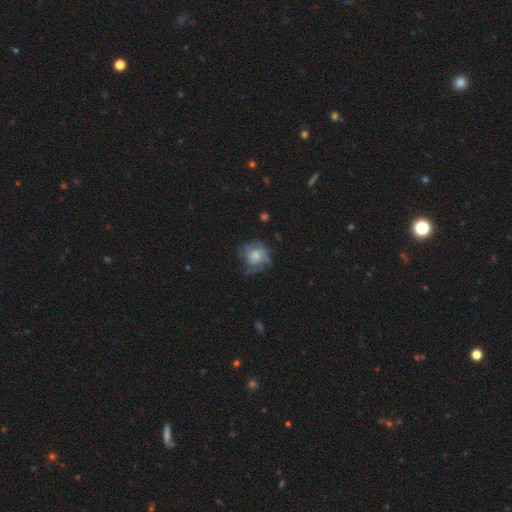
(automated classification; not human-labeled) This is possibly a smooth galaxy (47%). Merging: possibly none (55%).